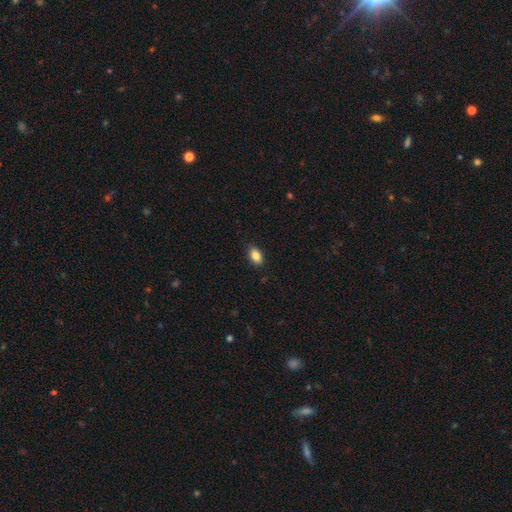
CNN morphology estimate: Smooth or featured: smooth — 86% (star or artifact — 8%)
How rounded: in between — 89% (round — 9%)
Merging: none — 88% (minor disturbance — 9%)